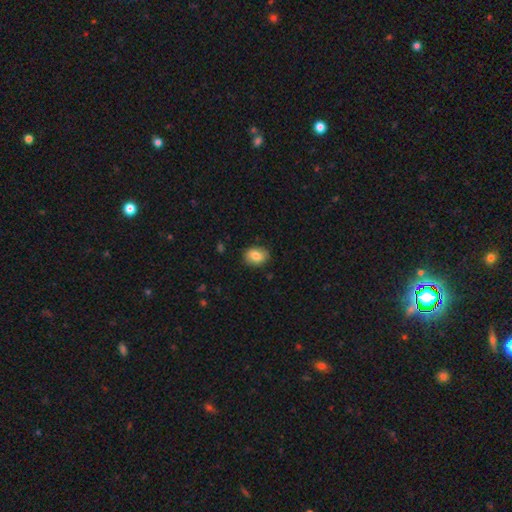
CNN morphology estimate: Smooth or featured? Predicted: smooth (p=0.83). How rounded? Predicted: in between (p=0.71). Merging? Predicted: none (p=0.83).